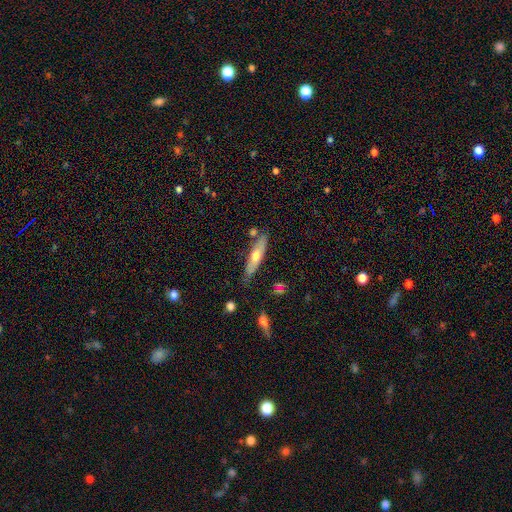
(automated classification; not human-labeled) smooth-or-featured: smooth: 48% | featured or disk: 46% | star or artifact: 6%
  merging: none: 73% | minor disturbance: 17% | merger: 6% | major disturbance: 3%